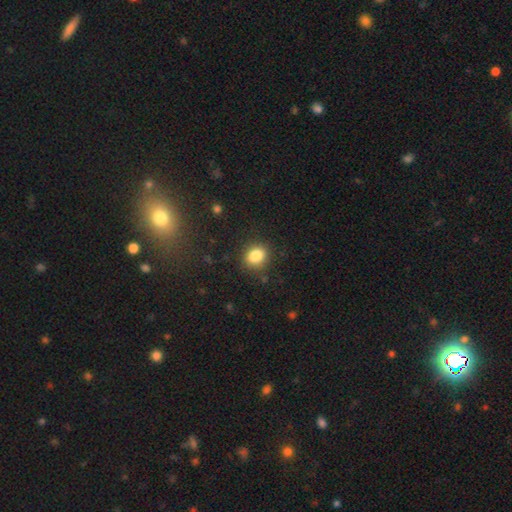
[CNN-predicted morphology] smooth-or-featured: smooth: 84% | star or artifact: 10% | featured or disk: 6%
  how-rounded: round: 53% | in between: 46% | cigar-shaped: 1%
  merging: none: 86% | minor disturbance: 9% | major disturbance: 3% | merger: 1%